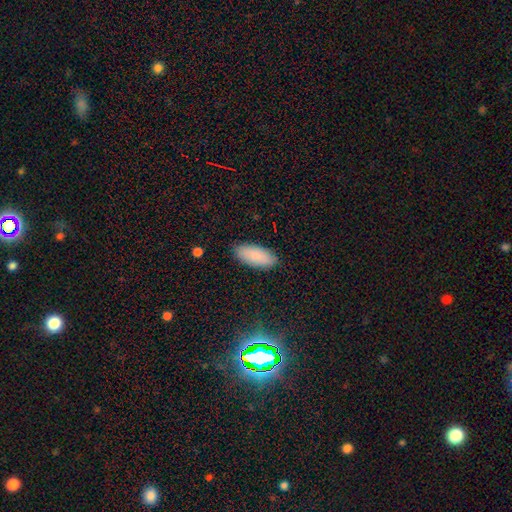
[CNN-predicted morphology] This appears to be a smooth galaxy with no disk features (86%) that is in between round and cigar-shaped (87%). Merging: none (88%).